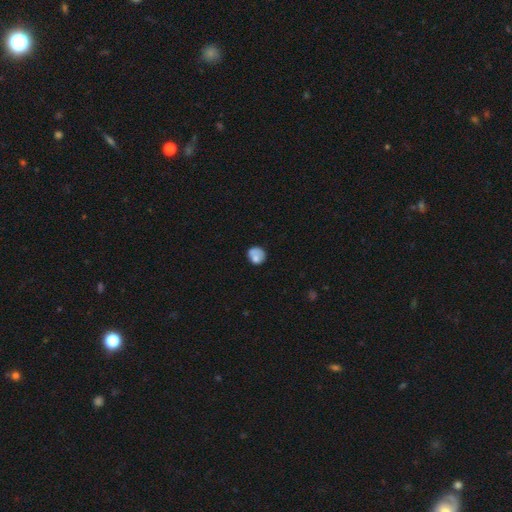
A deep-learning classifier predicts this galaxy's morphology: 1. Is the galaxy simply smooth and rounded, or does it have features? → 68% smooth, 24% featured or disk, 9% star or artifact.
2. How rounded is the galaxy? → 77% round, 22% in between, 1% cigar-shaped.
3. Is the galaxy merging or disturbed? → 51% none, 22% minor disturbance, 13% merger, 13% major disturbance.